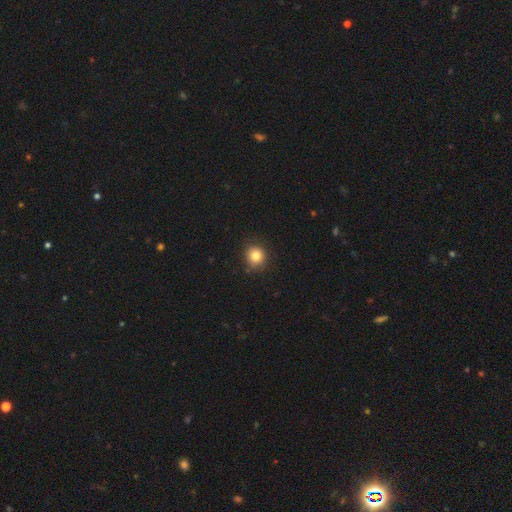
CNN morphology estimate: A smooth galaxy with no disk features (82%) that is round (90%). Merging: none (83%).